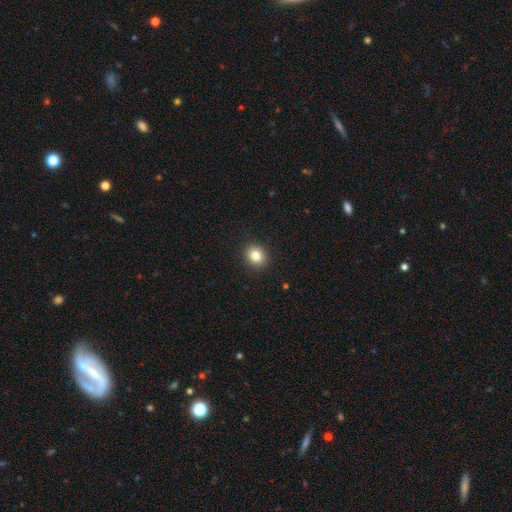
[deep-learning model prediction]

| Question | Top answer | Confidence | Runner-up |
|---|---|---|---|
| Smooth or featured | smooth | 83% | star or artifact (11%) |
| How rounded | round | 73% | in between (26%) |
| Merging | none | 91% | minor disturbance (6%) |